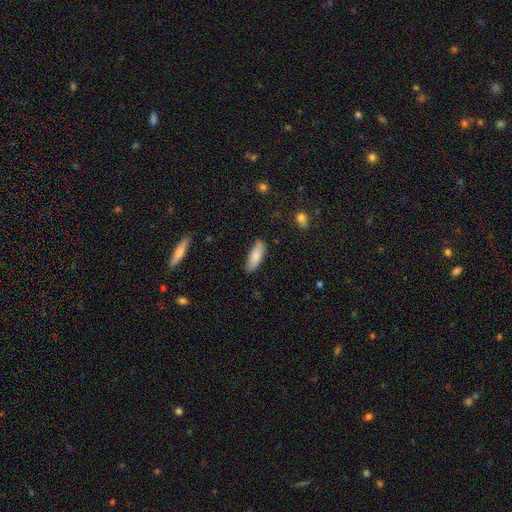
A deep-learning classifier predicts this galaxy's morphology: type=smooth (83%); roundness=in between (66%); merging=none (86%).